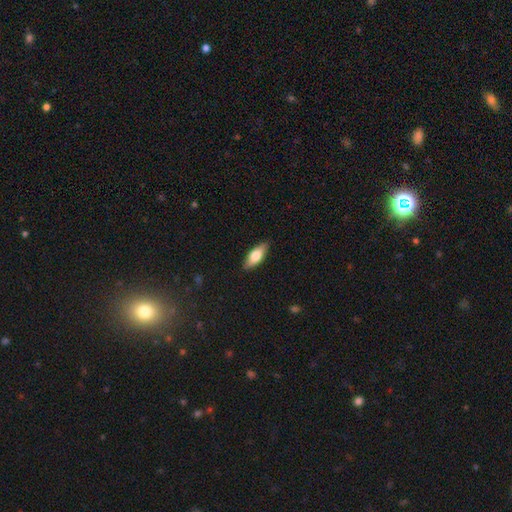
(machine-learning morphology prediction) Smooth or featured? Predicted: smooth (p=0.67). How rounded? Predicted: in between (p=0.69). Merging? Predicted: none (p=0.88).